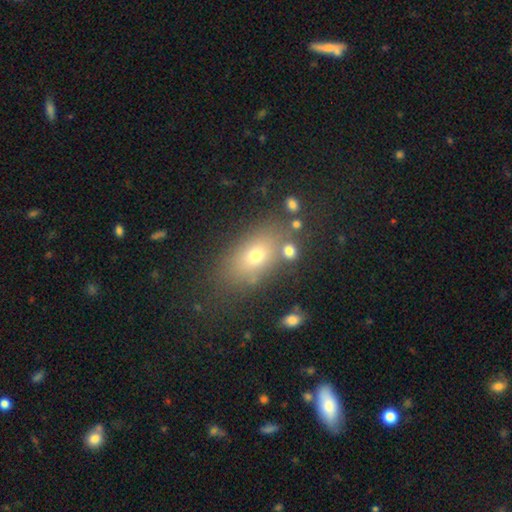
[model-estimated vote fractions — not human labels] Smooth or featured?
  - smooth: 68% *
  - featured or disk: 18%
  - star or artifact: 14%
How rounded?
  - in between: 81% *
  - round: 15%
  - cigar-shaped: 4%
Merging?
  - none: 73% *
  - minor disturbance: 13%
  - merger: 8%
  - major disturbance: 6%